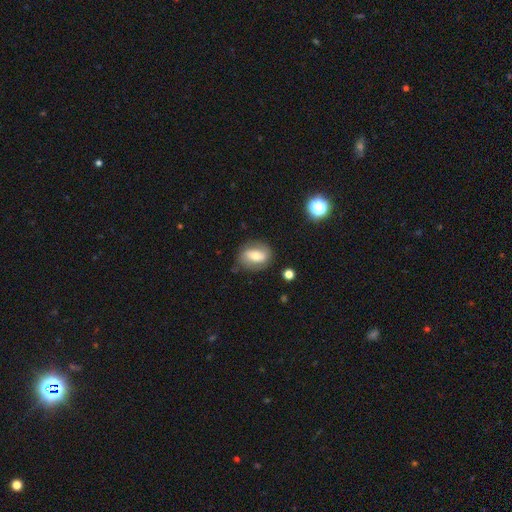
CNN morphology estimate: Overall: smooth (53%; featured or disk 38%). How rounded: in between (65%; round 32%). Merging: none (74%).